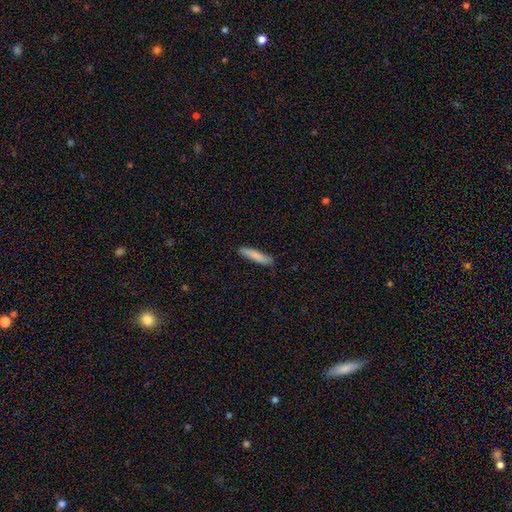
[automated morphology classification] This appears to be a smooth galaxy with no disk features (81%) that is cigar-shaped (87%). Merging: none (85%).